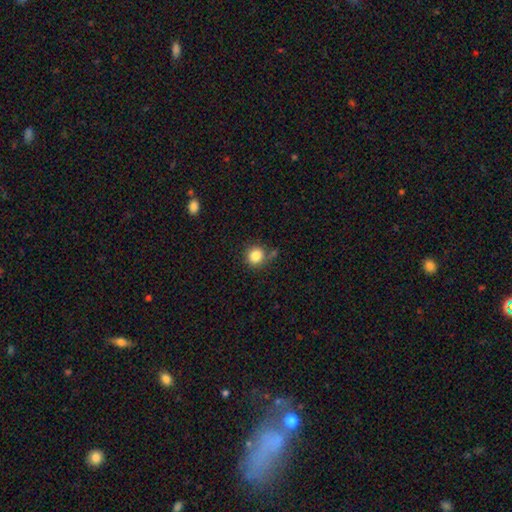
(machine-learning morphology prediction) Smooth or featured: smooth — 84% (star or artifact — 10%)
How rounded: round — 87% (in between — 12%)
Merging: none — 72% (minor disturbance — 15%)